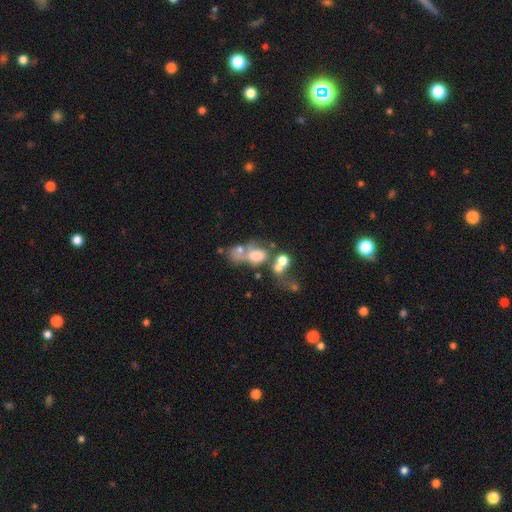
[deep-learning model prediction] Morphology: type=smooth (49%); merging=merger (49%).